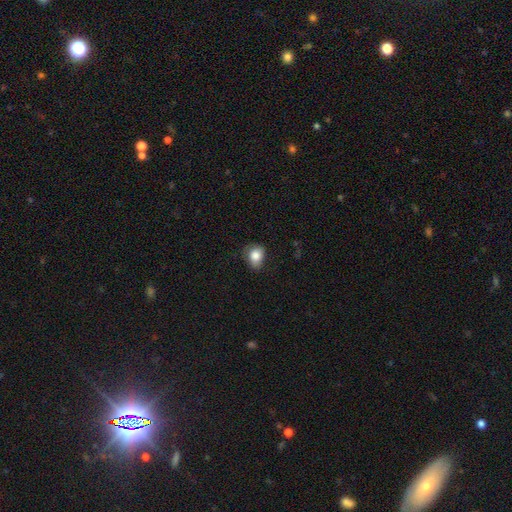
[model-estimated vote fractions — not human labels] Smooth or featured? smooth (83%)
How rounded? in between (58%)
Merging? none (63%)